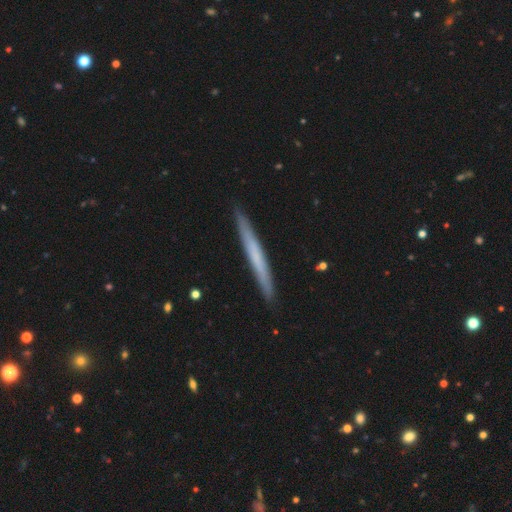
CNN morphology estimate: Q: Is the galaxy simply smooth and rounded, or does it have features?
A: smooth — 52%.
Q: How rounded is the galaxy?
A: cigar-shaped — 97%.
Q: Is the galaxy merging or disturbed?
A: none — 91%.